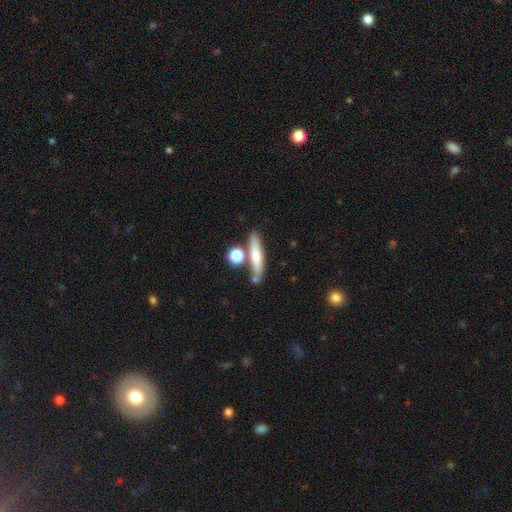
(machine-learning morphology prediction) Overall: smooth (65%; featured or disk 27%). How rounded: cigar-shaped (77%). Merging: none (68%).